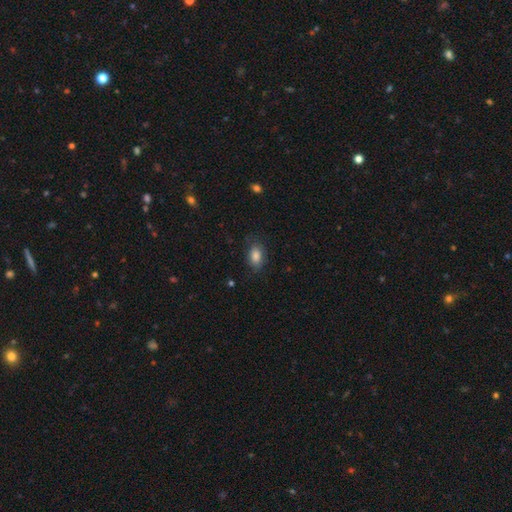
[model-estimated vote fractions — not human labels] Q: Smooth or featured?
A: smooth (83%); runner-up: featured or disk (9%)
Q: How rounded?
A: in between (87%); runner-up: round (11%)
Q: Merging?
A: none (76%); runner-up: minor disturbance (18%)